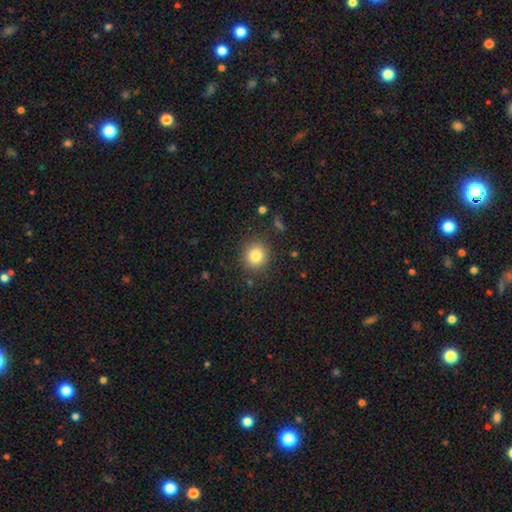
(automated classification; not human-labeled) Smooth or featured? smooth (82%)
How rounded? round (89%)
Merging? none (88%)